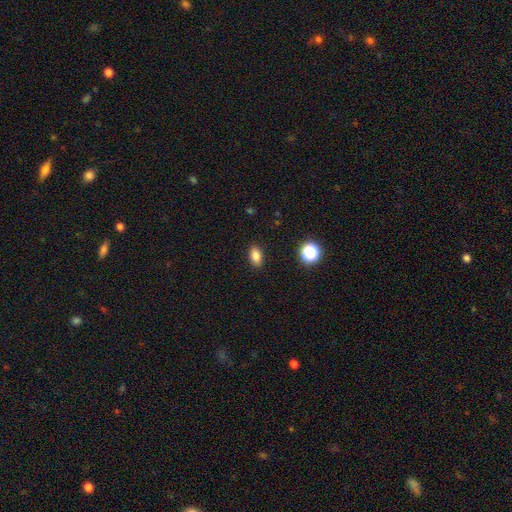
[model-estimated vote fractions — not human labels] Morphology: type=smooth (83%); roundness=in between (86%); merging=none (89%).